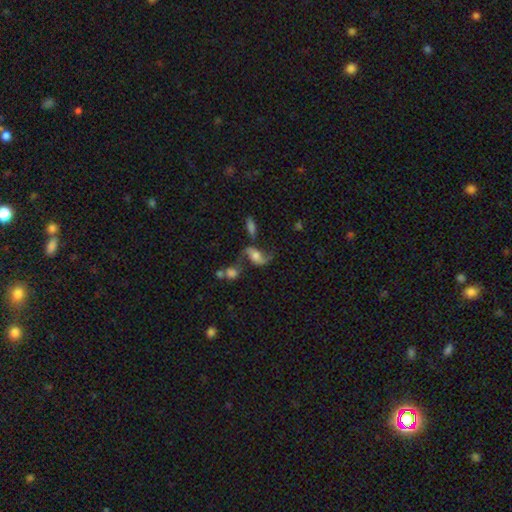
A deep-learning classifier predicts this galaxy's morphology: This is likely a featured or disk galaxy (73%). It is clearly not viewed edge-on (94%). Bar: possibly no (52%). Spiral arm pattern: clearly yes (92%). Spiral arm count: clearly 2 (90%). Spiral winding: likely loose (80%). Central bulge: possibly moderate (50%). Merging: possibly none (48%).